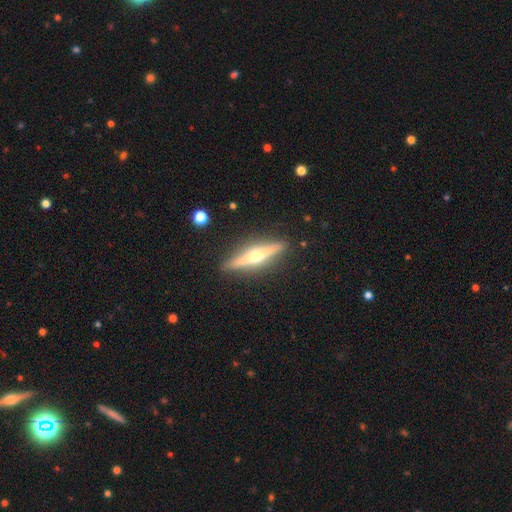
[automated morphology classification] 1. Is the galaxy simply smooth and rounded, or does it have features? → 75% featured or disk, 20% smooth, 5% star or artifact.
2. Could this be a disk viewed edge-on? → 97% yes, 3% no.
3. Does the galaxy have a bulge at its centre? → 94% rounded, 3% none, 2% boxy.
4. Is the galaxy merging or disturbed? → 90% none, 7% minor disturbance, 2% major disturbance, 1% merger.